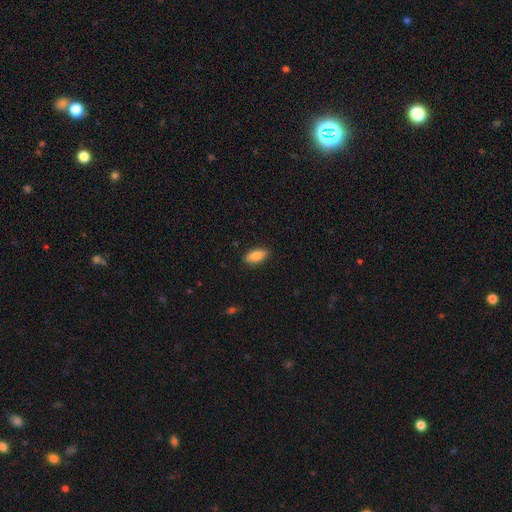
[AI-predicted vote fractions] Morphology: type=smooth (86%); roundness=in between (85%); merging=none (89%).